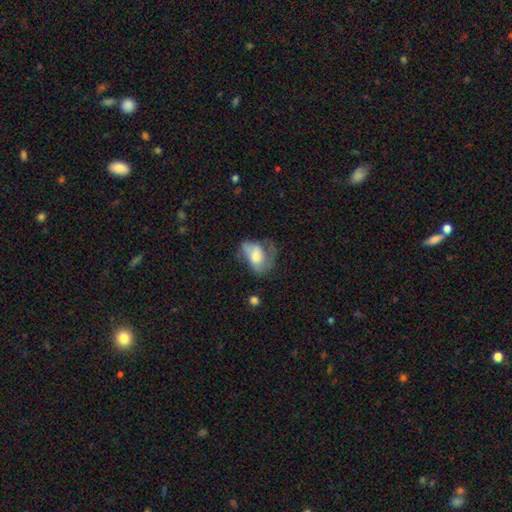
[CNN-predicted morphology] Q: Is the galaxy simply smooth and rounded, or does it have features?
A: smooth — 49%.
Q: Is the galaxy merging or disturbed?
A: major disturbance — 39%.